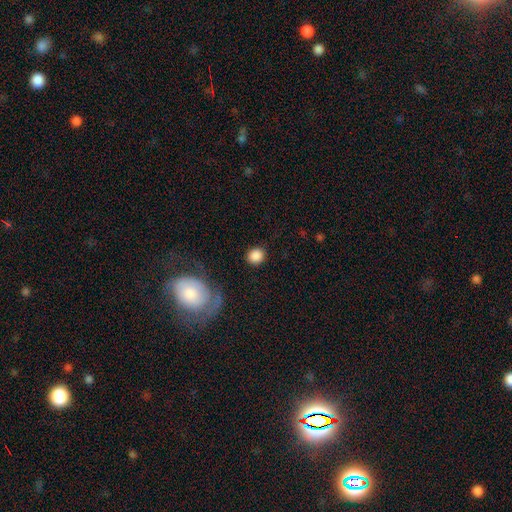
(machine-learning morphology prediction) Smooth or featured? Predicted: smooth (p=0.87). How rounded? Predicted: round (p=0.82). Merging? Predicted: none (p=0.86).